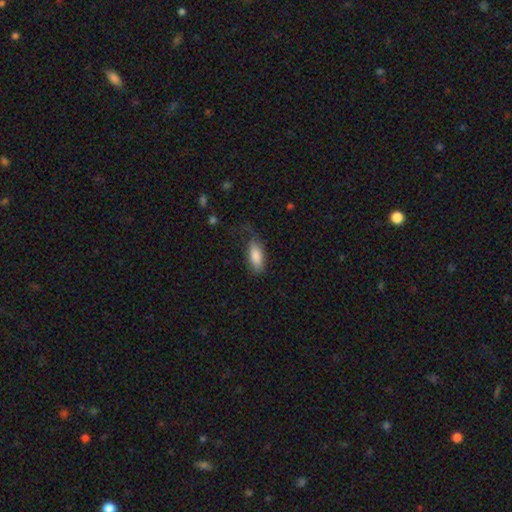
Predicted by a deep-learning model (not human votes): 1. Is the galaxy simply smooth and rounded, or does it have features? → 84% smooth, 10% featured or disk, 6% star or artifact.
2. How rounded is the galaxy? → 81% in between, 17% cigar-shaped, 2% round.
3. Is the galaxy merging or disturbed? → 51% none, 28% minor disturbance, 19% major disturbance, 2% merger.